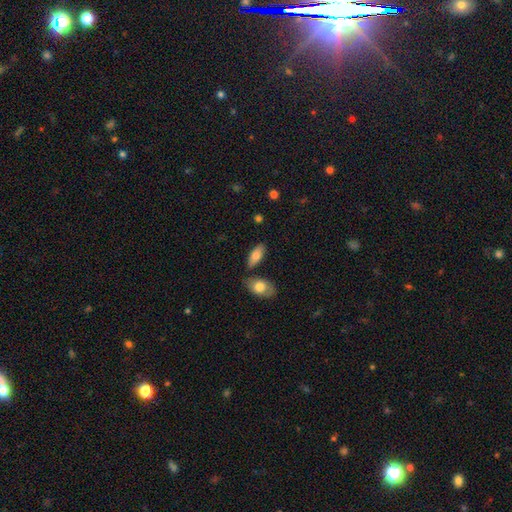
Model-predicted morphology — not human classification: Smooth or featured: smooth — 76% (featured or disk — 18%)
How rounded: in between — 83% (cigar-shaped — 15%)
Merging: none — 73% (minor disturbance — 12%)